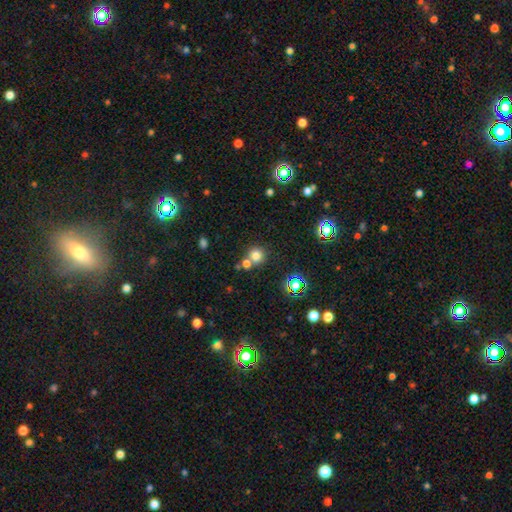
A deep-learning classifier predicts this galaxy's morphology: A smooth galaxy with no disk features (75%) that is round (91%). Merging: none (59%).